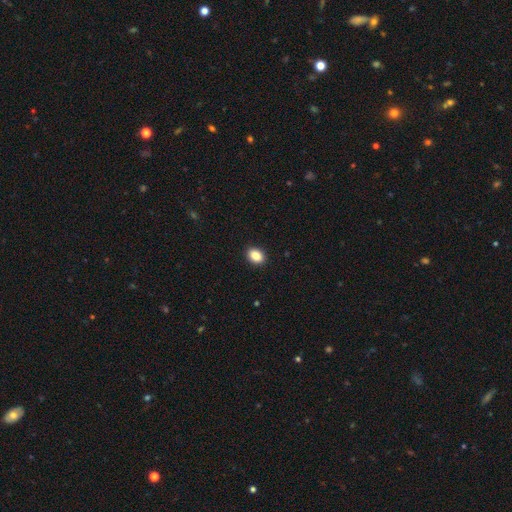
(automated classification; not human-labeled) Q: Smooth or featured?
A: smooth (88%); runner-up: star or artifact (9%)
Q: How rounded?
A: in between (66%); runner-up: round (33%)
Q: Merging?
A: none (92%); runner-up: minor disturbance (6%)